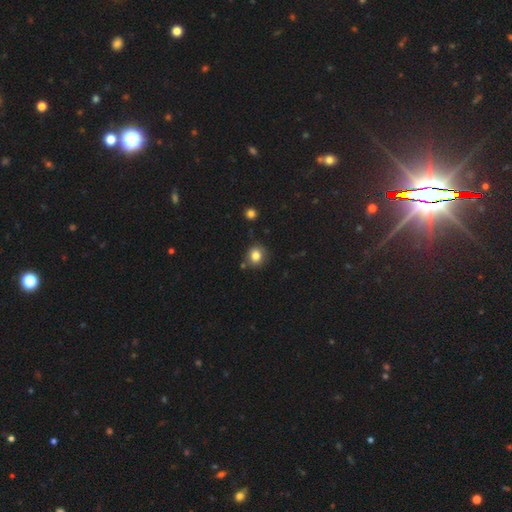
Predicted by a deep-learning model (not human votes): Q: Smooth or featured?
A: smooth (82%); runner-up: star or artifact (12%)
Q: How rounded?
A: round (83%); runner-up: in between (16%)
Q: Merging?
A: none (81%); runner-up: minor disturbance (11%)